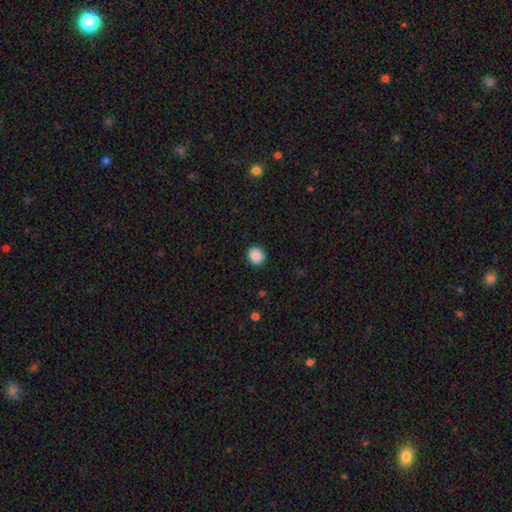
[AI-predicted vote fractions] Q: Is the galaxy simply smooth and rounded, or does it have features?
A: smooth — 89%.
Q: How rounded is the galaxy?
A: round — 83%.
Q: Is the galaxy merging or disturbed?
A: none — 92%.